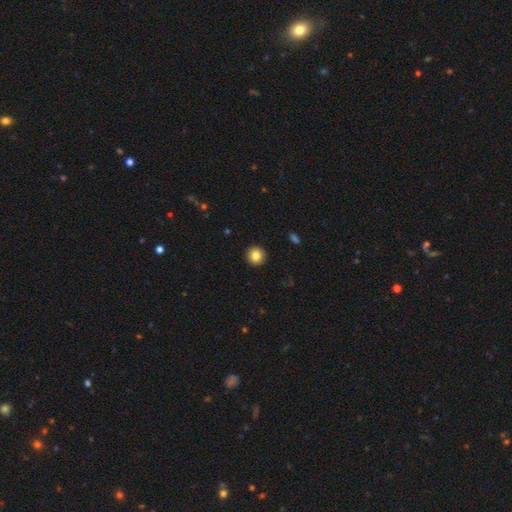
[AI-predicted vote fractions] Smooth or featured? Predicted: smooth (p=0.84). How rounded? Predicted: round (p=0.95). Merging? Predicted: none (p=0.93).